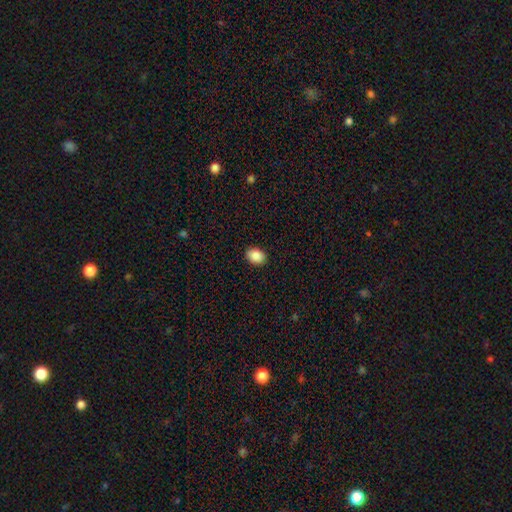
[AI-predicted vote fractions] smooth-or-featured: smooth: 89% | star or artifact: 8% | featured or disk: 3%
  how-rounded: in between: 72% | round: 27% | cigar-shaped: 1%
  merging: none: 90% | minor disturbance: 7% | major disturbance: 2% | merger: 1%